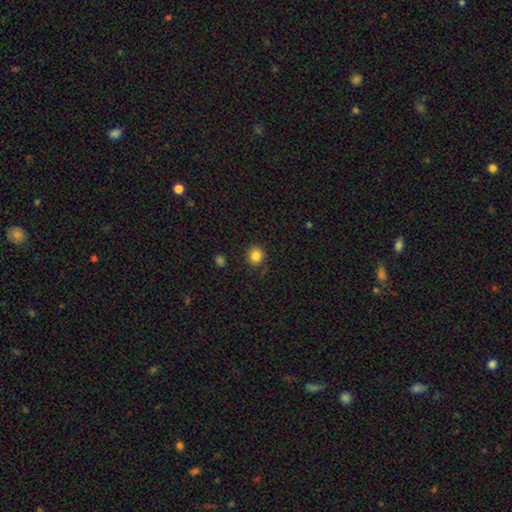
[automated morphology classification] The model was most divided on "smooth or featured": smooth: 84%, star or artifact: 11%, featured or disk: 5%. More confident: how rounded — round (90%); merging — none (85%).